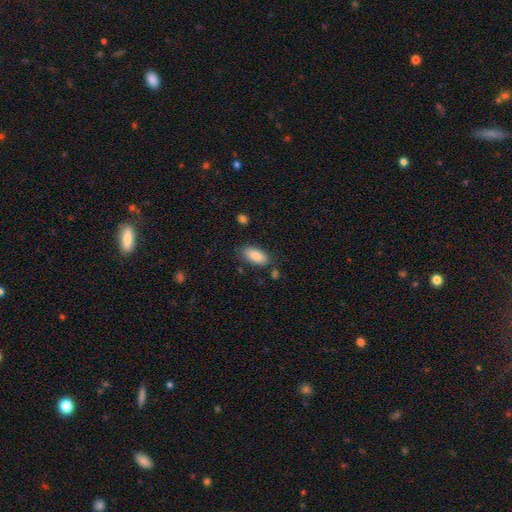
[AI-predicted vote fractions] This is clearly a smooth galaxy (87%). How rounded: clearly in between (89%). Merging: likely none (79%).